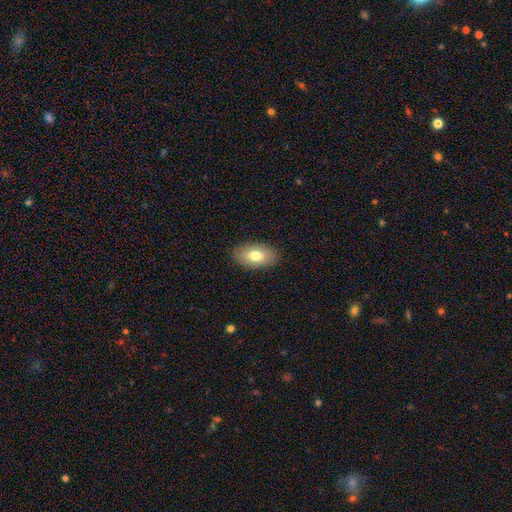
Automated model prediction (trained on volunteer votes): Overall: smooth (76%). How rounded: in between (93%). Merging: none (88%).